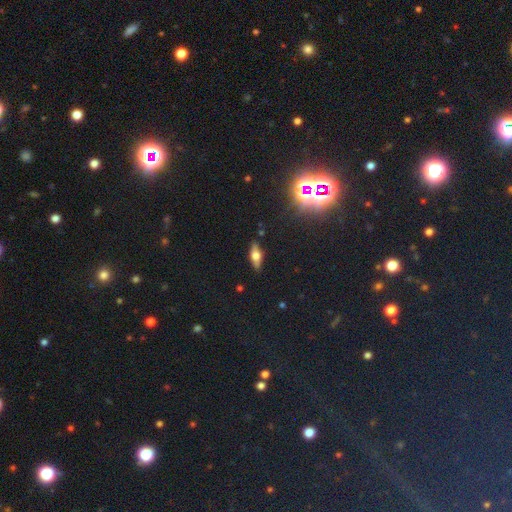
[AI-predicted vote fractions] smooth 47%, featured or disk 42%, star or artifact 11%. Down the decision tree: merging — none (87%).